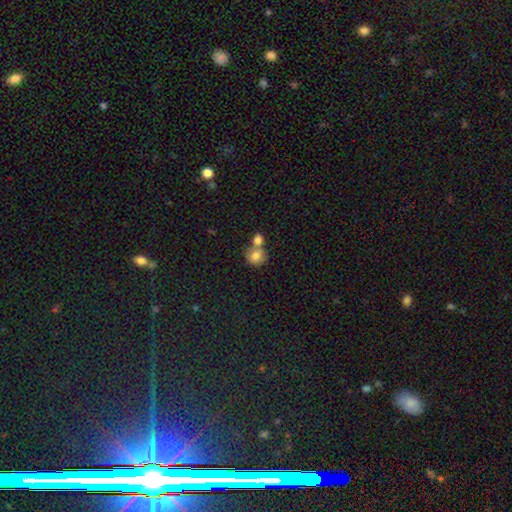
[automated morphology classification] A smooth galaxy with no disk features (78%) that is round (79%). Merging: merger (48%).